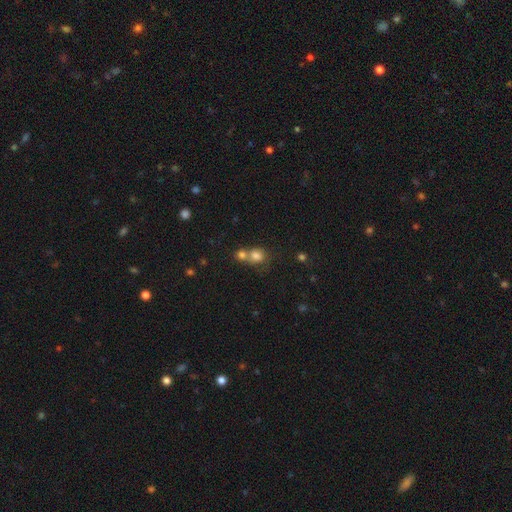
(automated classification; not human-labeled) This is likely a smooth galaxy (78%). How rounded: likely round (79%). Merging: possibly merger (57%).